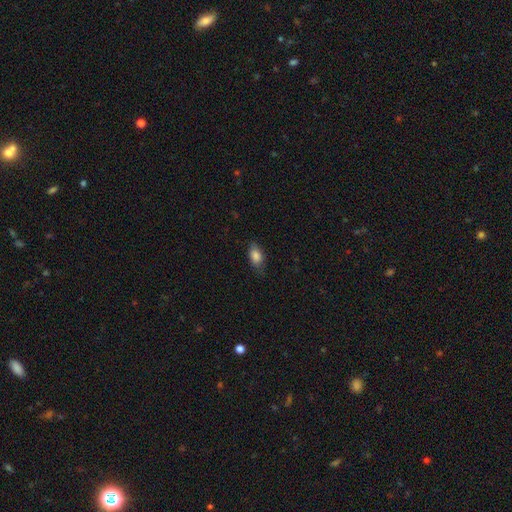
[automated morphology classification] Q: Smooth or featured?
A: smooth (84%); runner-up: featured or disk (8%)
Q: How rounded?
A: in between (88%); runner-up: round (7%)
Q: Merging?
A: none (74%); runner-up: minor disturbance (20%)